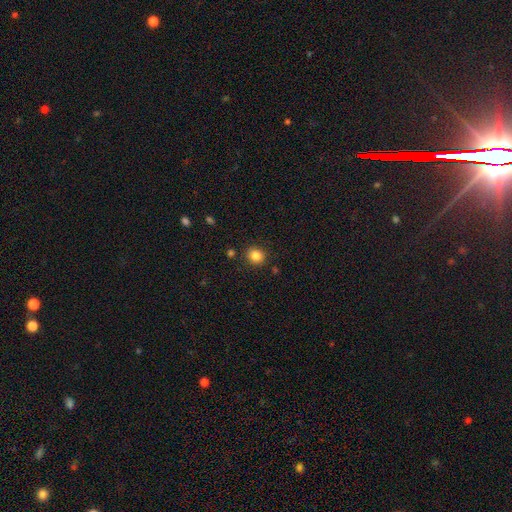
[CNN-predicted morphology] smooth-or-featured: smooth: 84% | star or artifact: 11% | featured or disk: 5%
  how-rounded: round: 82% | in between: 17% | cigar-shaped: 1%
  merging: none: 89% | minor disturbance: 7% | merger: 2% | major disturbance: 2%